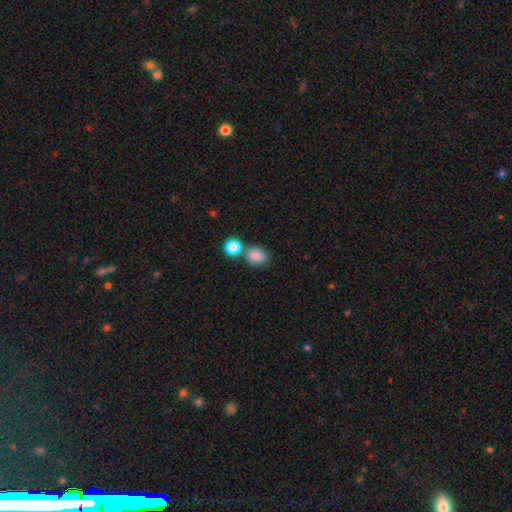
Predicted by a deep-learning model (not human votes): This appears to be a smooth galaxy with no disk features (85%) that is round (59%). Merging: none (63%).